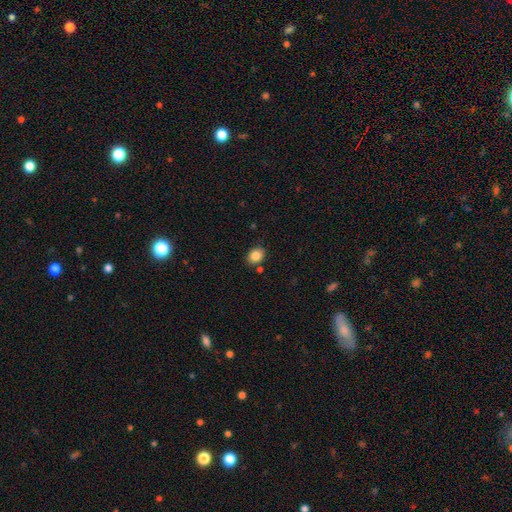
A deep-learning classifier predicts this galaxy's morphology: Smooth or featured? Predicted: smooth (p=0.85). How rounded? Predicted: in between (p=0.58). Merging? Predicted: none (p=0.81).